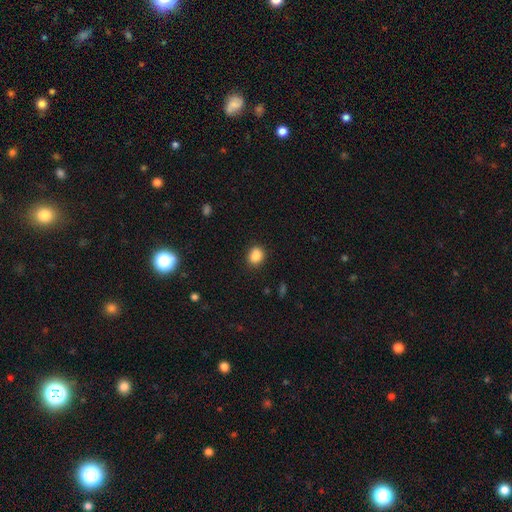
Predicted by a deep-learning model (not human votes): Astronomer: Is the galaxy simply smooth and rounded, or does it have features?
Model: smooth — 87%.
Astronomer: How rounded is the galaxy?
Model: round — 67%.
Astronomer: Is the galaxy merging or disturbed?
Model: none — 86%.